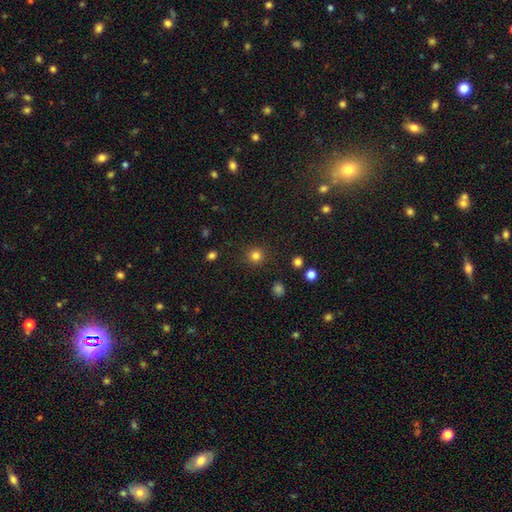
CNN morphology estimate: A smooth galaxy with no disk features (81%) that is round (94%). Merging: none (89%).